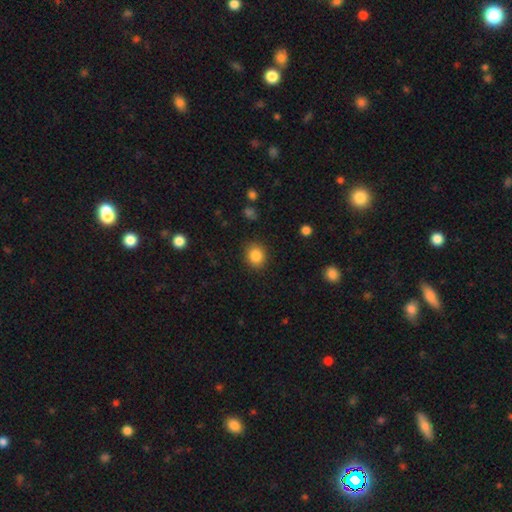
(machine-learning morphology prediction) Smooth or featured? smooth (86%)
How rounded? round (75%)
Merging? none (88%)